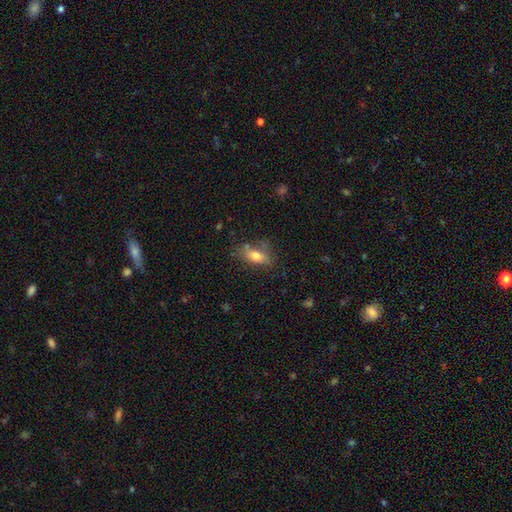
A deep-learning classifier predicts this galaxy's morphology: This is likely a smooth galaxy (73%). How rounded: likely in between (78%). Merging: likely none (64%).